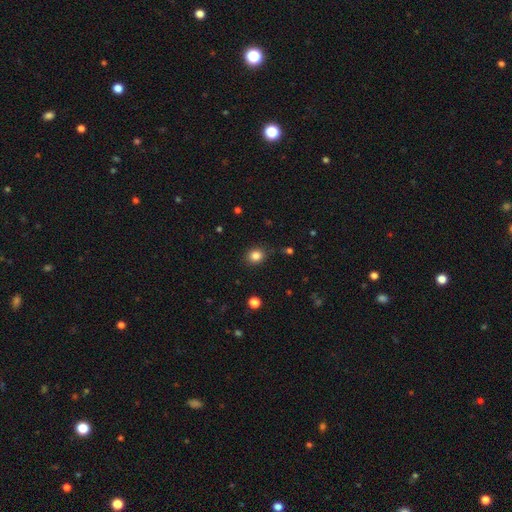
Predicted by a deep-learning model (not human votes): Morphology: type=smooth (83%); roundness=round (75%); merging=none (84%).